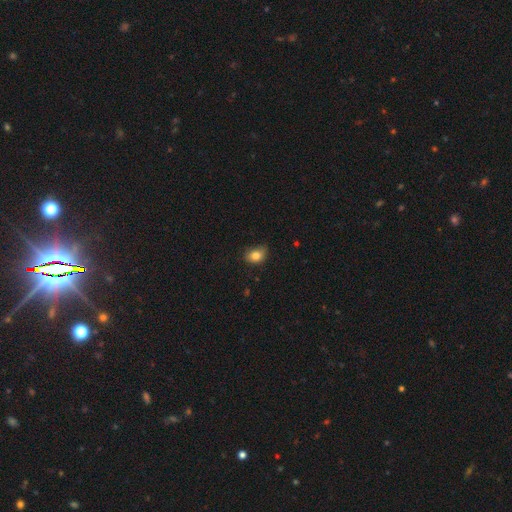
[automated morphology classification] Overall: smooth (83%). How rounded: in between (64%; round 35%). Merging: none (67%).